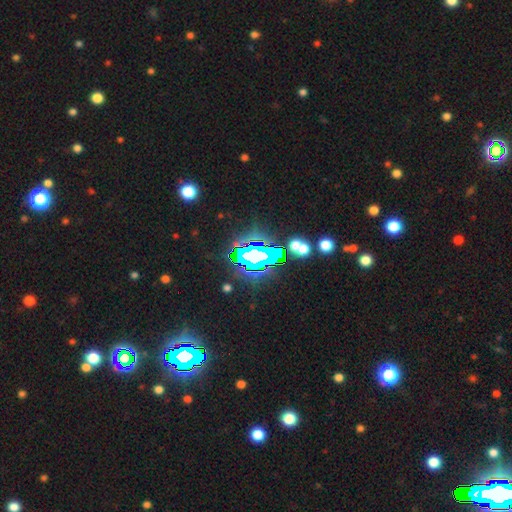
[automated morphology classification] star or artifact 67%, smooth 16%, featured or disk 16%.